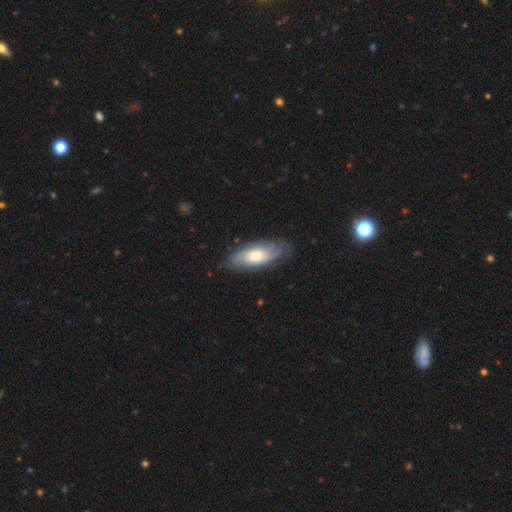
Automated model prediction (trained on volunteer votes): Smooth or featured? featured or disk (54%)
Edge-on disk? no (83%)
Merging? none (70%)